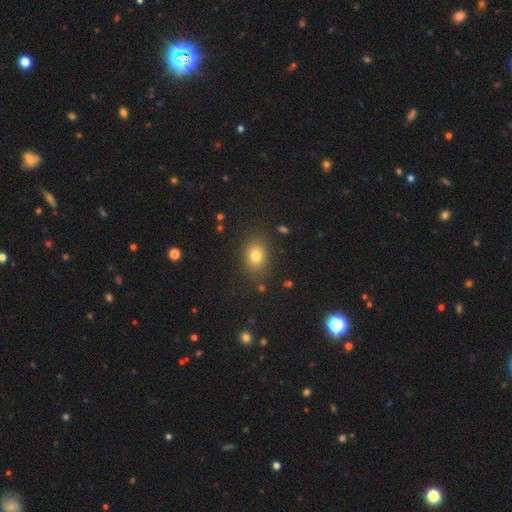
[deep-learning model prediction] A smooth galaxy with no disk features (77%) that is in between round and cigar-shaped (59%). Merging: none (83%).